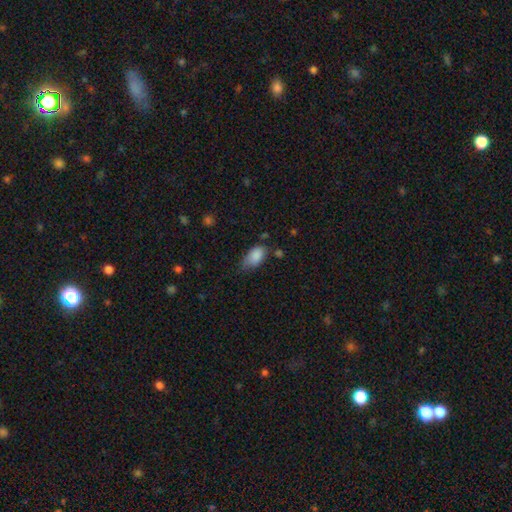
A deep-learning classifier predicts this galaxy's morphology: type=smooth (87%); roundness=in between (93%); merging=none (48%).